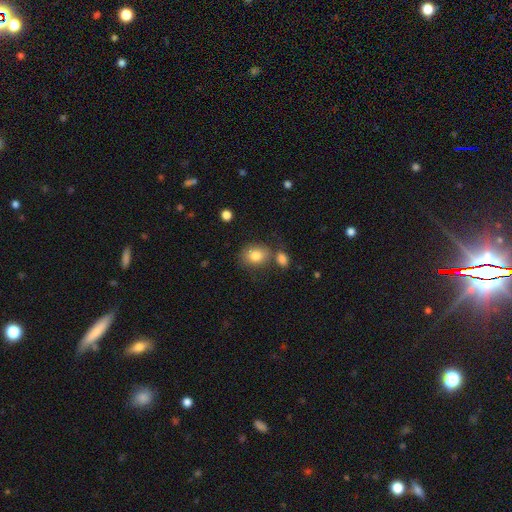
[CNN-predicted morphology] Smooth or featured? smooth (82%)
How rounded? in between (56%)
Merging? none (62%)